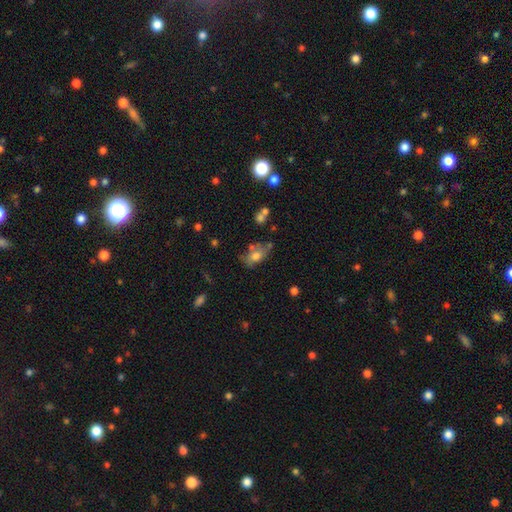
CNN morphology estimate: Smooth or featured: smooth — 68% (featured or disk — 22%)
How rounded: in between — 86% (round — 10%)
Merging: none — 50% (minor disturbance — 25%)